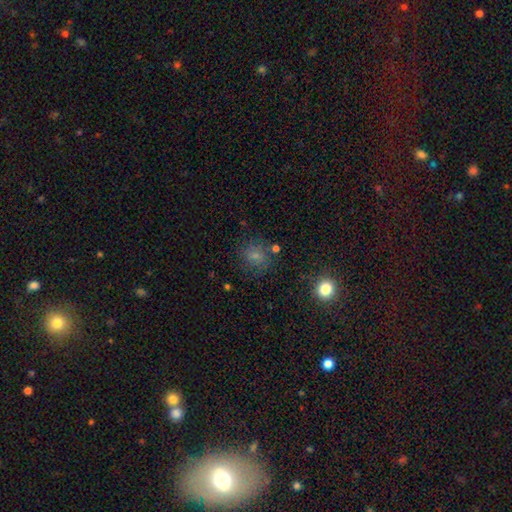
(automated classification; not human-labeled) smooth 69%, star or artifact 20%, featured or disk 12%. Down the decision tree: how rounded — round (79%); merging — none (75%).